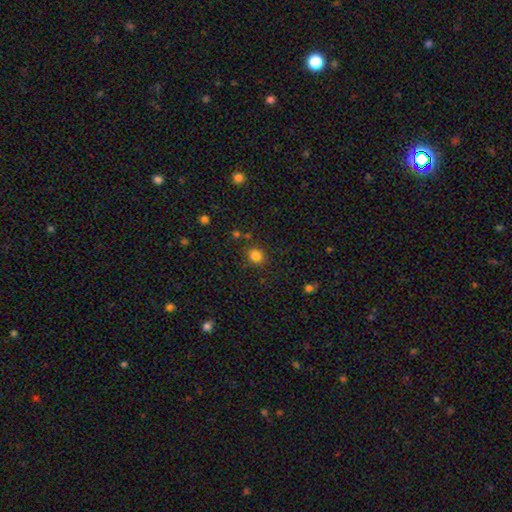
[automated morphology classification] This appears to be a smooth galaxy with no disk features (83%) that is round (83%). Merging: none (85%).